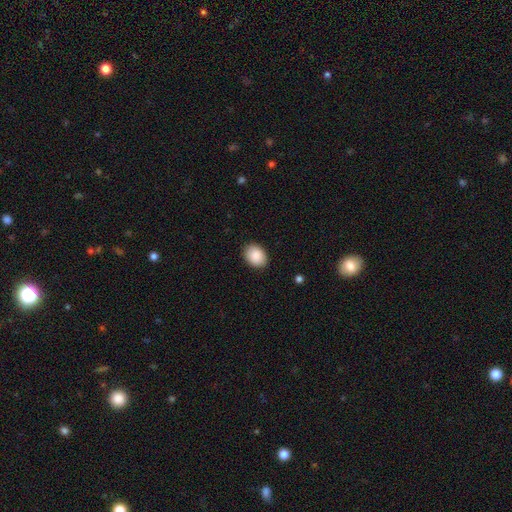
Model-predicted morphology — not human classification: type=smooth (89%); roundness=in between (67%); merging=none (89%).